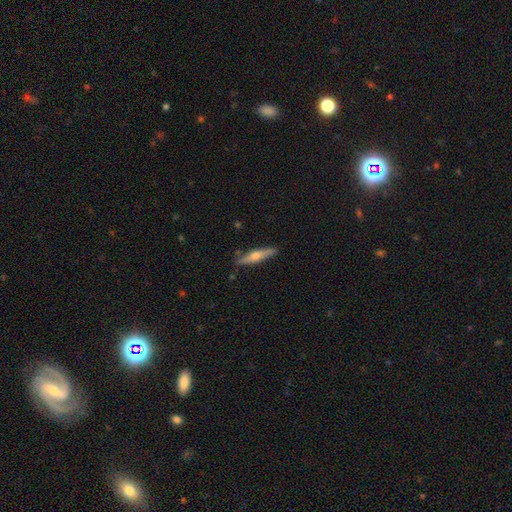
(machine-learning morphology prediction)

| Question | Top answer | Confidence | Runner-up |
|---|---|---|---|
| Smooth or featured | featured or disk | 62% | smooth (32%) |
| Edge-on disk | yes | 96% | no (4%) |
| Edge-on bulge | rounded | 90% | none (5%) |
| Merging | none | 88% | minor disturbance (9%) |